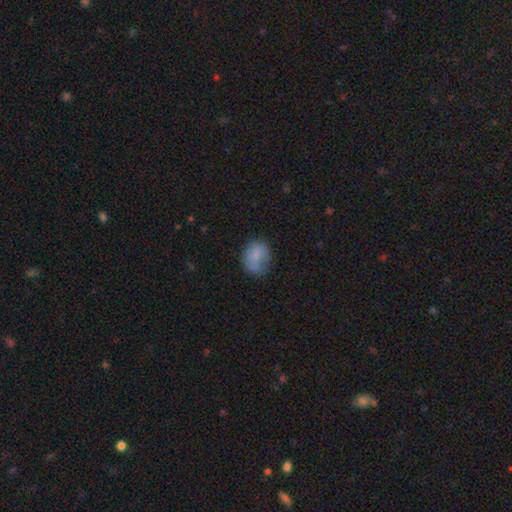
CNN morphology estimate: smooth_or_featured: smooth (p=0.74) [alt: featured or disk p=0.17]
how_rounded: in between (p=0.51) [alt: round p=0.47]
merging: none (p=0.55) [alt: minor disturbance p=0.28]